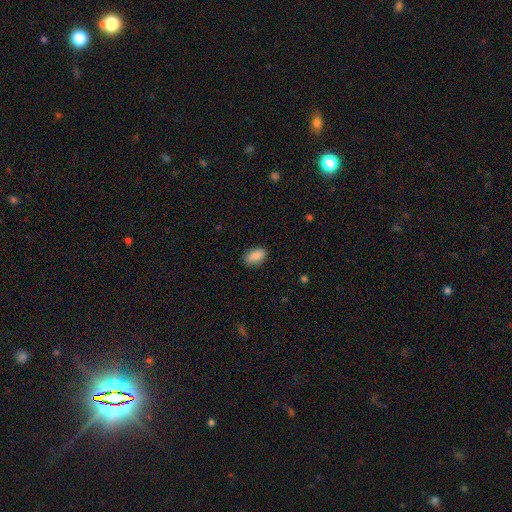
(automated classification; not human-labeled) Q: Smooth or featured?
A: smooth (89%); runner-up: star or artifact (7%)
Q: How rounded?
A: in between (92%); runner-up: round (4%)
Q: Merging?
A: none (86%); runner-up: minor disturbance (11%)